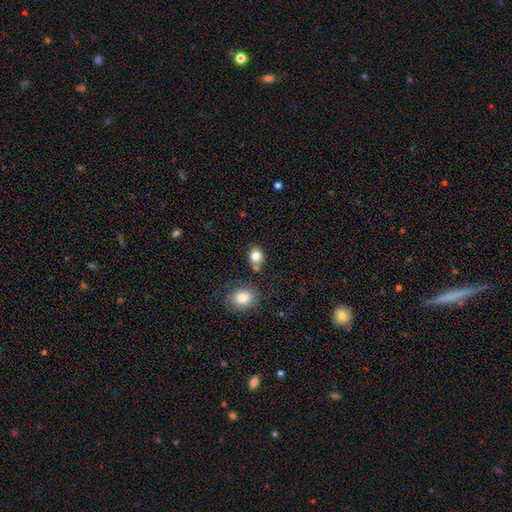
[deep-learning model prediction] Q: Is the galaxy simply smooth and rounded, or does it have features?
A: smooth — 83%.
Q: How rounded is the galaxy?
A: round — 56%.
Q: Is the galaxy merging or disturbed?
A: none — 65%.